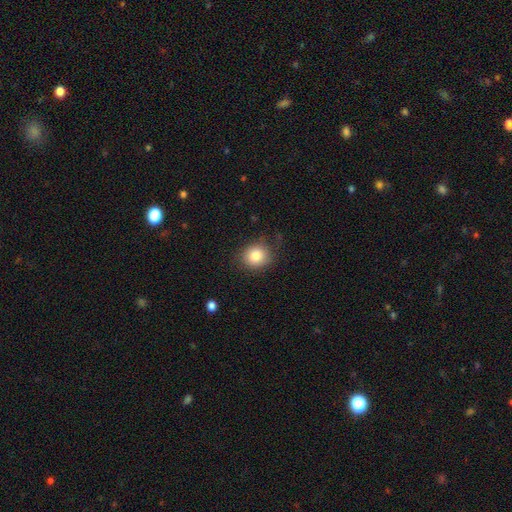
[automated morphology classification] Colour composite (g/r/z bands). It shows a smooth galaxy with no disk features (83%) that is round (78%). Merging: none (77%).